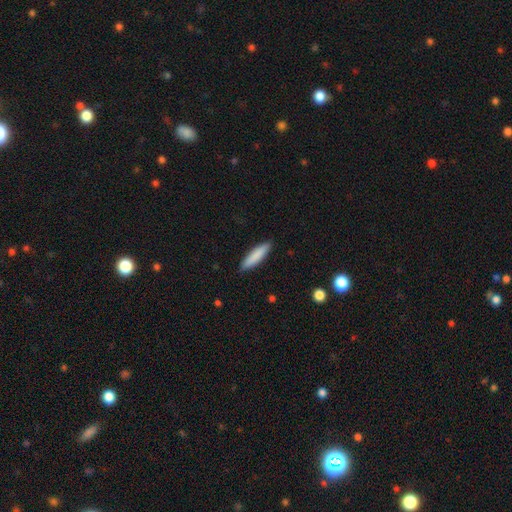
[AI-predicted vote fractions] Morphology: type=smooth (86%); roundness=cigar-shaped (74%); merging=none (89%).